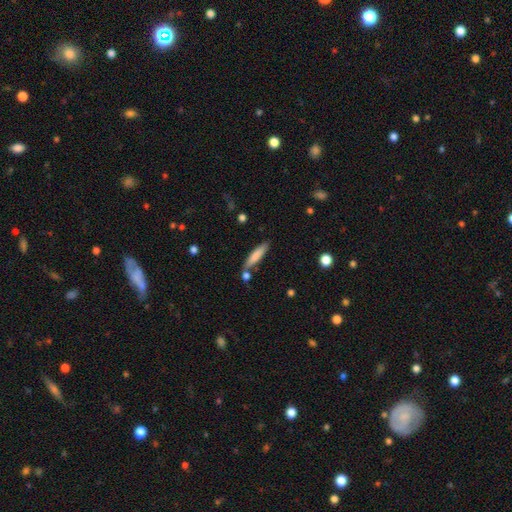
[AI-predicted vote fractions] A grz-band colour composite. It shows a smooth galaxy with no disk features (76%) that is cigar-shaped (85%). Merging: none (76%).